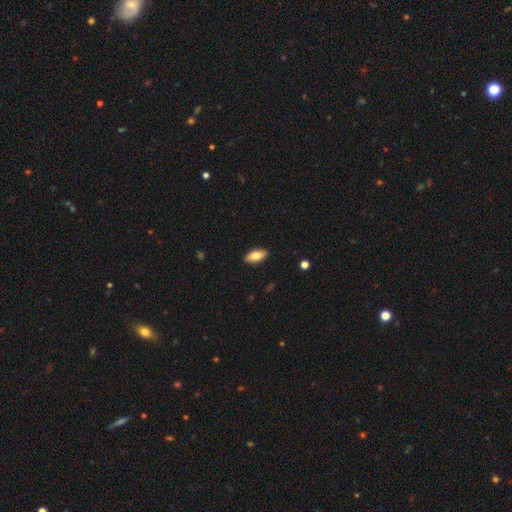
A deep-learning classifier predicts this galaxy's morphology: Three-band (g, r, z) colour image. It shows a smooth galaxy with no disk features (80%) that is in between round and cigar-shaped (85%). Merging: none (89%).